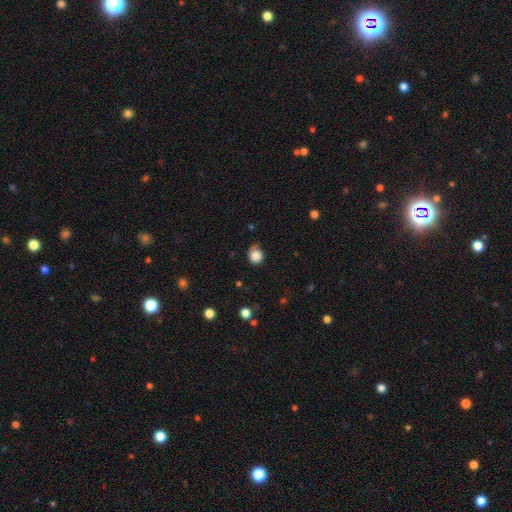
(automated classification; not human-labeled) A smooth galaxy with no disk features (84%) that is round (75%). Merging: none (62%).